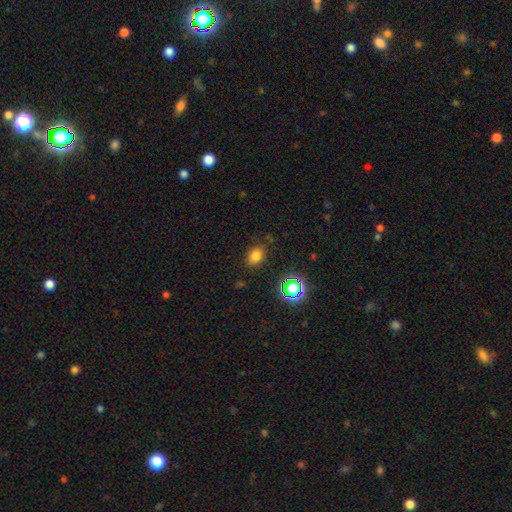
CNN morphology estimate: Smooth or featured: smooth — 75% (star or artifact — 18%)
How rounded: in between — 61% (round — 38%)
Merging: none — 81% (minor disturbance — 13%)